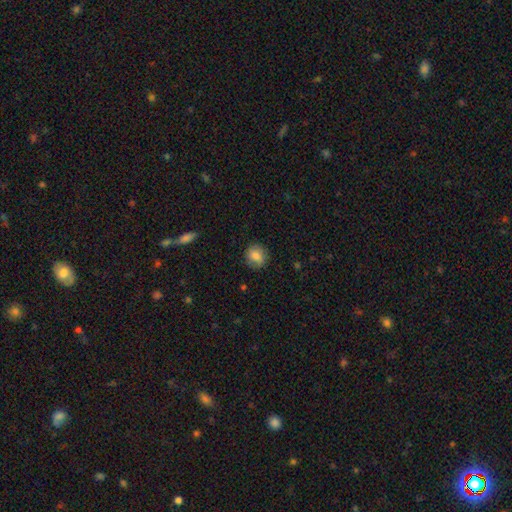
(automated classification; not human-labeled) Morphology: type=smooth (81%); roundness=round (82%); merging=none (84%).